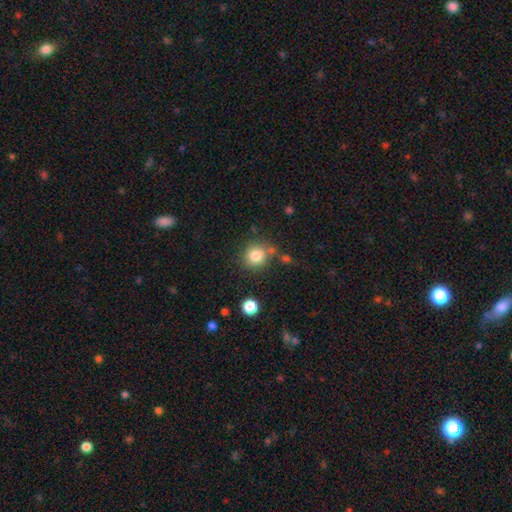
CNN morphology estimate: smooth 82%, star or artifact 11%, featured or disk 7%. Down the decision tree: how rounded — round (88%); merging — none (74%).